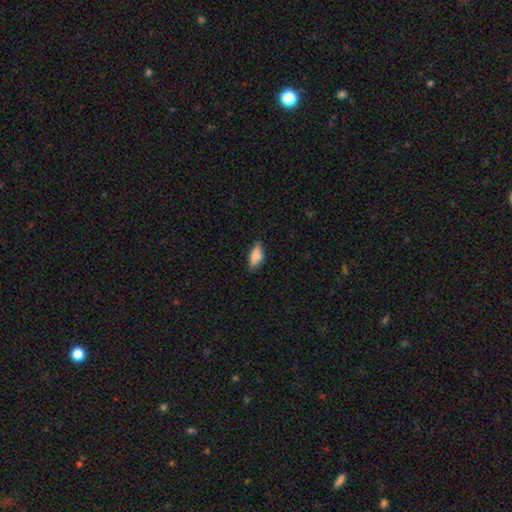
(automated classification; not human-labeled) Q: Smooth or featured?
A: smooth (72%); runner-up: featured or disk (20%)
Q: How rounded?
A: in between (77%); runner-up: cigar-shaped (20%)
Q: Merging?
A: none (71%); runner-up: minor disturbance (23%)